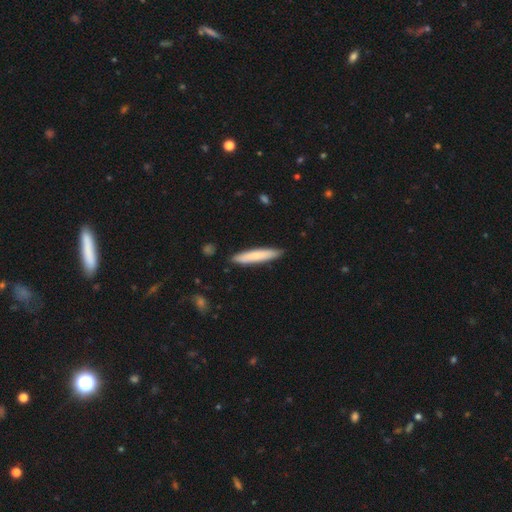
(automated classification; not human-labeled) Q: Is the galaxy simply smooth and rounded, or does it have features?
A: smooth — 75%.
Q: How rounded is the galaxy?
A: cigar-shaped — 90%.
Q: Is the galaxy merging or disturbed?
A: none — 89%.